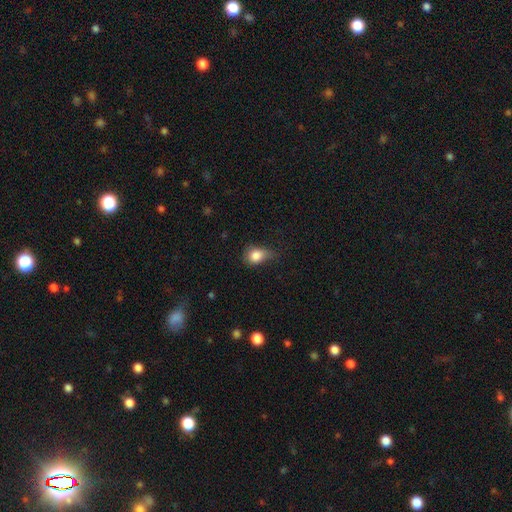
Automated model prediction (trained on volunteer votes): Q: Smooth or featured?
A: smooth (83%); runner-up: star or artifact (10%)
Q: How rounded?
A: in between (51%); runner-up: round (47%)
Q: Merging?
A: minor disturbance (43%); runner-up: none (37%)